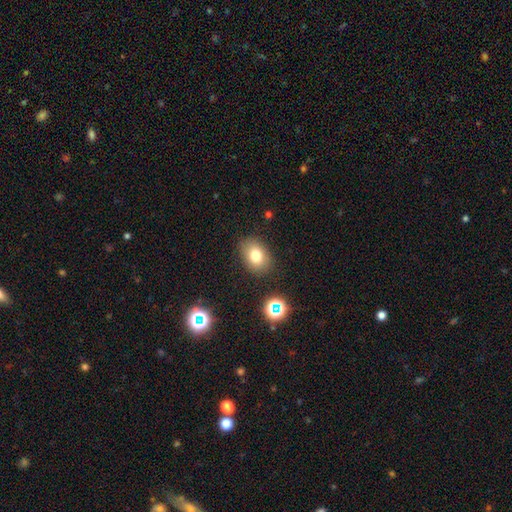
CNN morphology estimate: Q: Smooth or featured?
A: smooth (77%); runner-up: star or artifact (12%)
Q: How rounded?
A: in between (70%); runner-up: round (29%)
Q: Merging?
A: none (84%); runner-up: minor disturbance (11%)